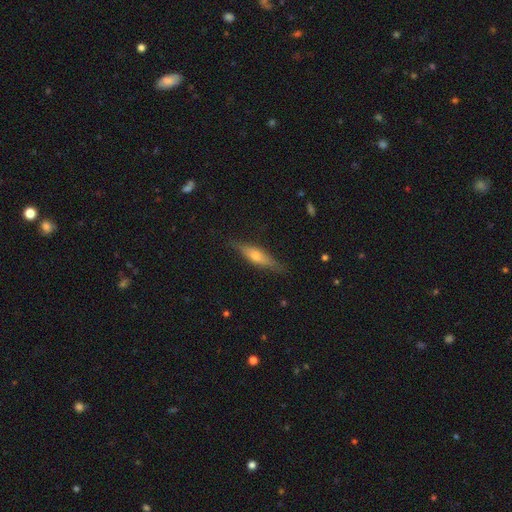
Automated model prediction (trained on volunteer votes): Smooth or featured? Predicted: featured or disk (p=0.58). Edge-on disk? Predicted: yes (p=0.94). Edge-on bulge? Predicted: rounded (p=0.86). Merging? Predicted: none (p=0.86).